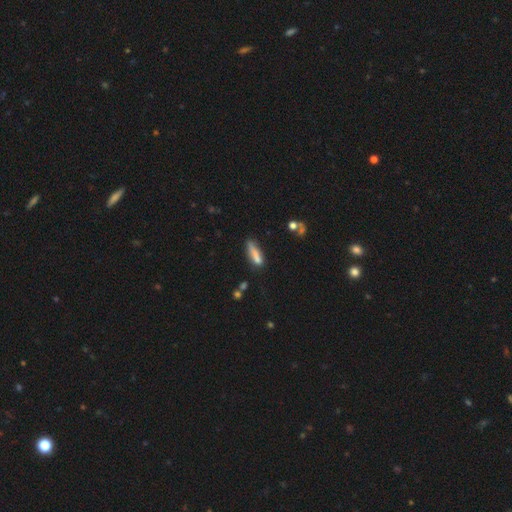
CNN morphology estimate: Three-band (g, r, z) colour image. It shows a smooth galaxy with no disk features (76%) that is cigar-shaped (68%). Merging: none (53%).